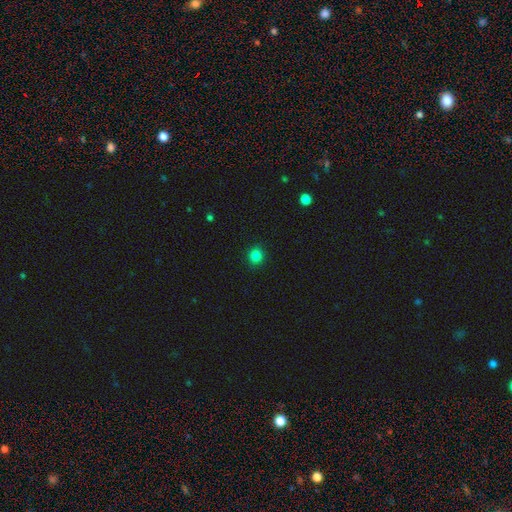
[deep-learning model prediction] Smooth or featured?
  - smooth: 84% *
  - star or artifact: 12%
  - featured or disk: 3%
How rounded?
  - round: 90% *
  - in between: 9%
  - cigar-shaped: 1%
Merging?
  - none: 92% *
  - minor disturbance: 6%
  - major disturbance: 2%
  - merger: 1%